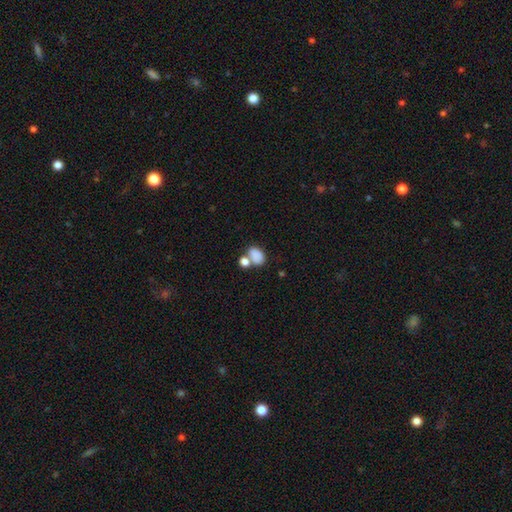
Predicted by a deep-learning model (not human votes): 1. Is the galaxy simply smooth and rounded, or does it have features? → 82% smooth, 10% star or artifact, 8% featured or disk.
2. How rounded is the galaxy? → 77% in between, 21% round, 1% cigar-shaped.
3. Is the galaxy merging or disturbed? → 42% none, 40% merger, 12% minor disturbance, 6% major disturbance.